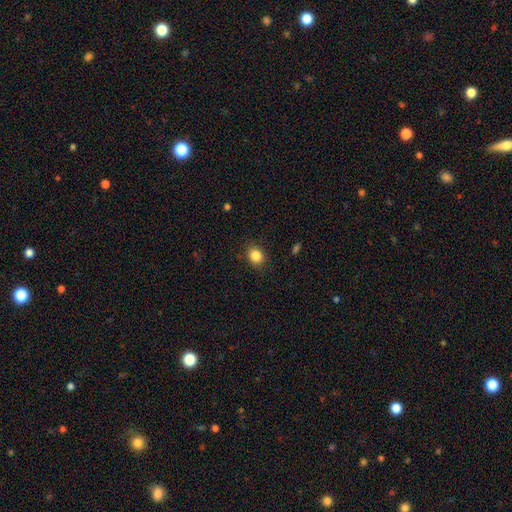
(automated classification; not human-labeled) Morphology: type=smooth (85%); roundness=round (65%); merging=none (87%).